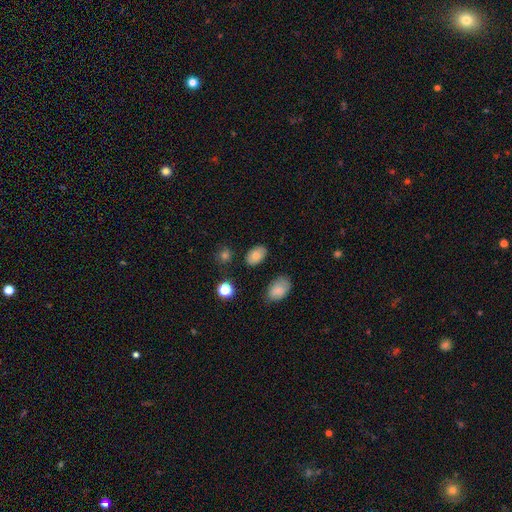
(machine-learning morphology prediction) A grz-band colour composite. It shows a smooth galaxy with no disk features (80%) that is in between round and cigar-shaped (89%). Merging: none (82%).